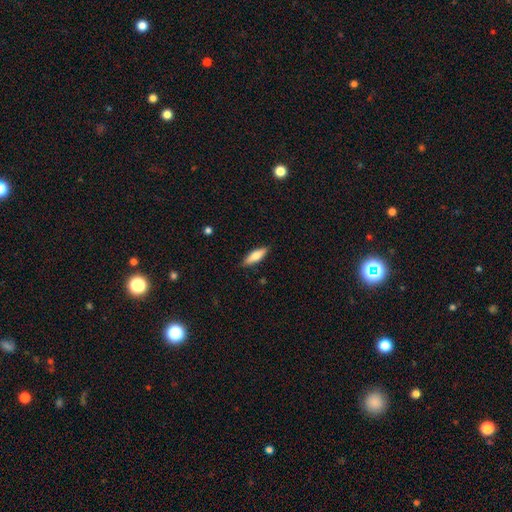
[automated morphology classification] This is likely a smooth galaxy (69%). How rounded: possibly cigar-shaped (54%). Merging: clearly none (88%).